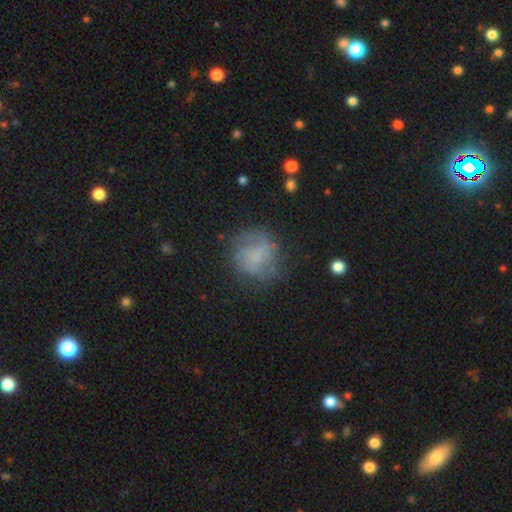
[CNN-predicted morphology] The model was most divided on "smooth or featured": featured or disk: 52%, smooth: 38%, star or artifact: 10%. Remaining: edge-on disk — no (98%); spiral arms — yes (79%); bar — no (67%); merging — none (66%); bulge size — none (46%).